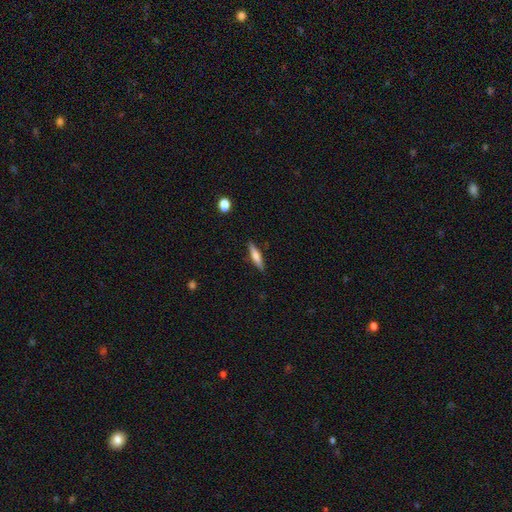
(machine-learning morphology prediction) A smooth galaxy with no disk features (59%) that is cigar-shaped (81%).

Vote fractions:
- Smooth or featured? smooth: 59% / featured or disk: 35% / star or artifact: 6%
- How rounded? cigar-shaped: 81% / in between: 17% / round: 2%
- Merging? none: 87% / minor disturbance: 9% / major disturbance: 2% / merger: 1%